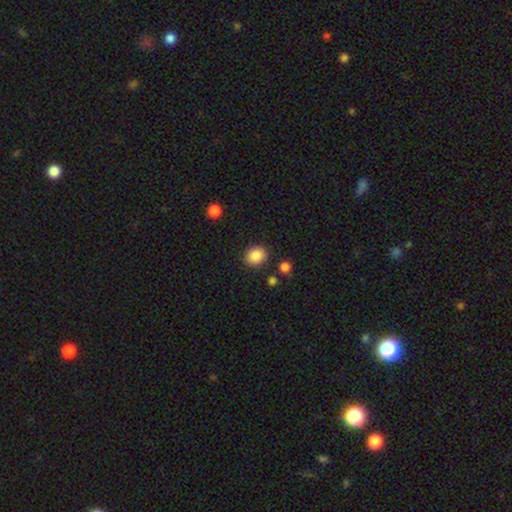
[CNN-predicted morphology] type=smooth (87%); roundness=round (70%); merging=none (85%).